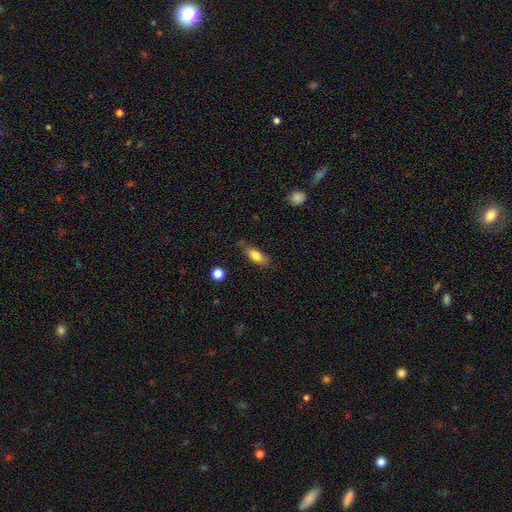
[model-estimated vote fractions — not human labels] Smooth or featured? smooth (79%)
How rounded? in between (81%)
Merging? none (68%)